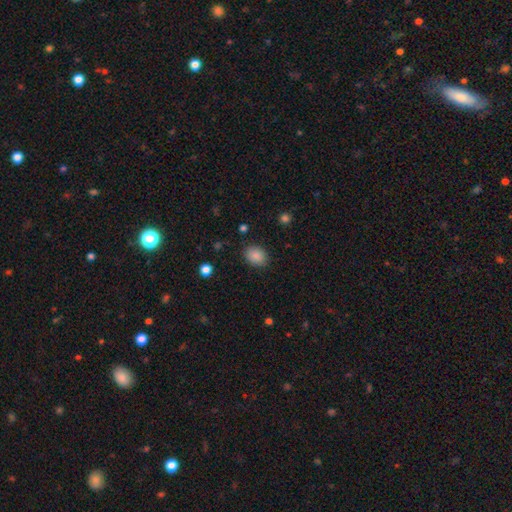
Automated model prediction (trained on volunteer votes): A smooth galaxy with no disk features (88%) that is in between round and cigar-shaped (60%). Merging: none (85%).